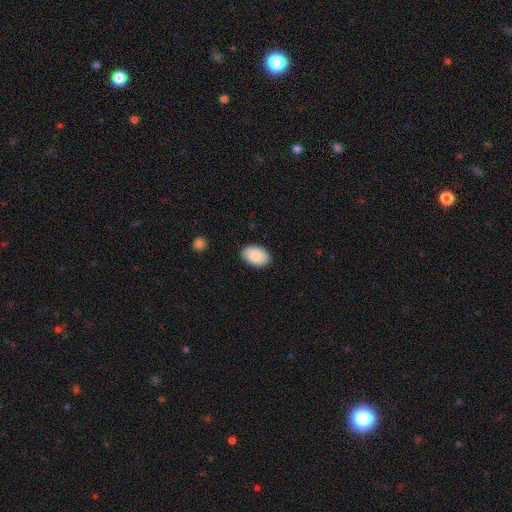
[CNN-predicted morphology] A smooth galaxy with no disk features (84%) that is in between round and cigar-shaped (89%).

Vote fractions:
- Smooth or featured? smooth: 84% / featured or disk: 10% / star or artifact: 6%
- How rounded? in between: 89% / round: 10% / cigar-shaped: 1%
- Merging? none: 86% / minor disturbance: 10% / major disturbance: 2% / merger: 1%